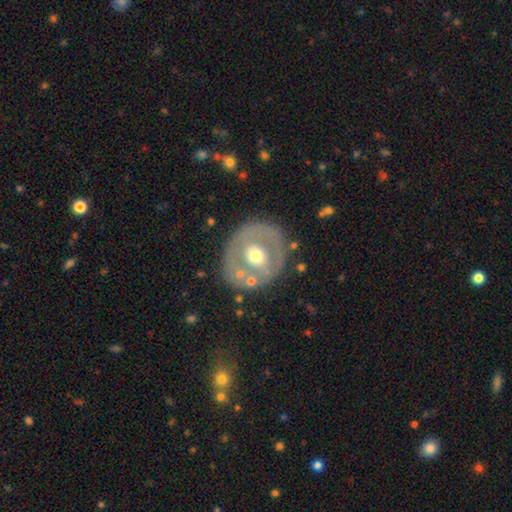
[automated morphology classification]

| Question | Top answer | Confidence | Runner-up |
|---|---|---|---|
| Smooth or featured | featured or disk | 54% | smooth (40%) |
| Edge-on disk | no | 94% | yes (6%) |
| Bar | no | 79% | weak (14%) |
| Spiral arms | no | 91% | yes (9%) |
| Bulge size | moderate | 72% | small (15%) |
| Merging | none | 76% | minor disturbance (13%) |